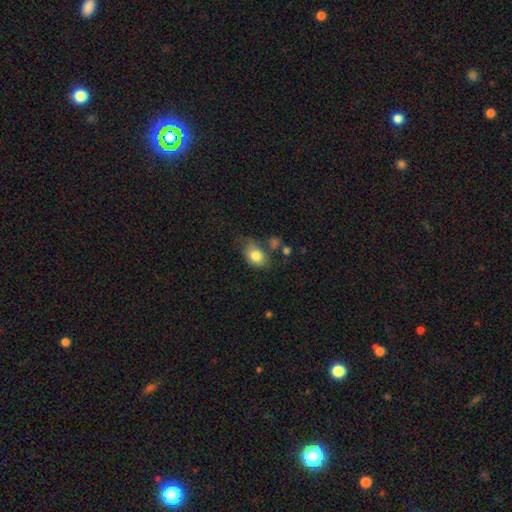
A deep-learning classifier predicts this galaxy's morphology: Overall: smooth (81%). How rounded: in between (72%). Merging: none (51%; minor disturbance 28%).